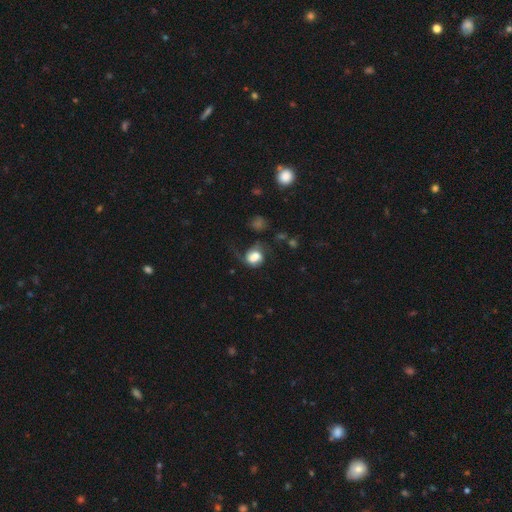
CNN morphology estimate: Overall: smooth (59%; featured or disk 31%). How rounded: round (57%; in between 42%). Merging: major disturbance (41%; none 32%).